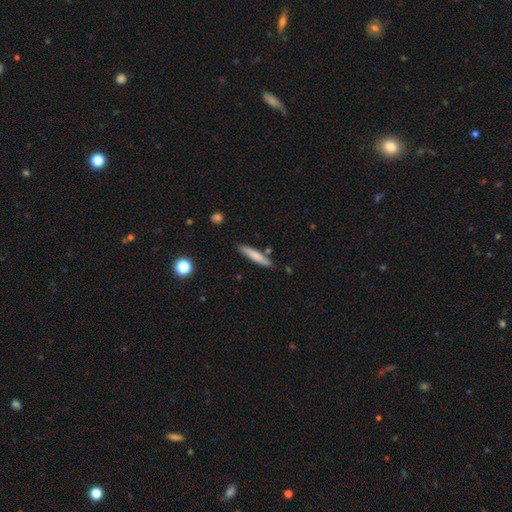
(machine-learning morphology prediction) smooth-or-featured: smooth: 74% | featured or disk: 20% | star or artifact: 6%
  how-rounded: cigar-shaped: 90% | in between: 8% | round: 1%
  merging: none: 82% | minor disturbance: 11% | merger: 5% | major disturbance: 2%